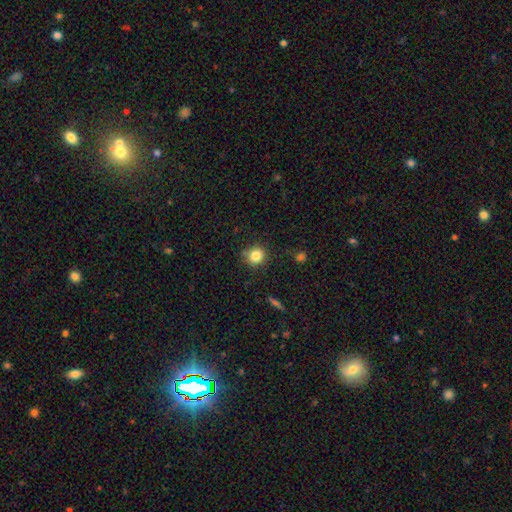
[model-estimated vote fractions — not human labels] smooth 83%, star or artifact 11%, featured or disk 6%. Down the decision tree: how rounded — round (90%); merging — none (84%).